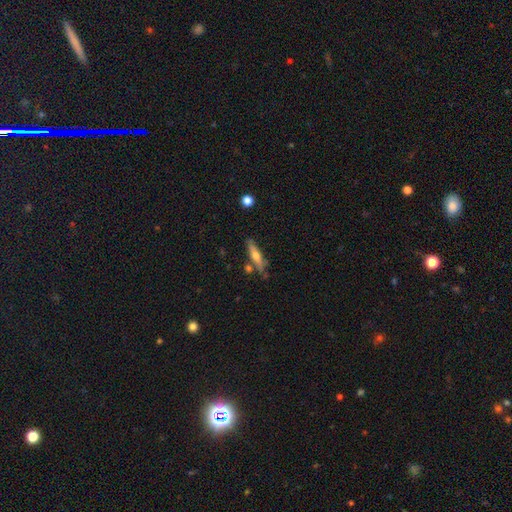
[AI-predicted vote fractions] featured or disk 48%, smooth 46%, star or artifact 7%. Down the decision tree: merging — none (71%).